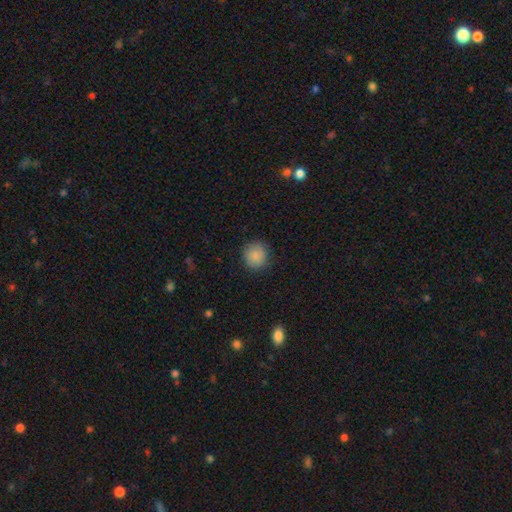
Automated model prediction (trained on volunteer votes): Morphology: type=smooth (87%); roundness=round (91%); merging=none (87%).